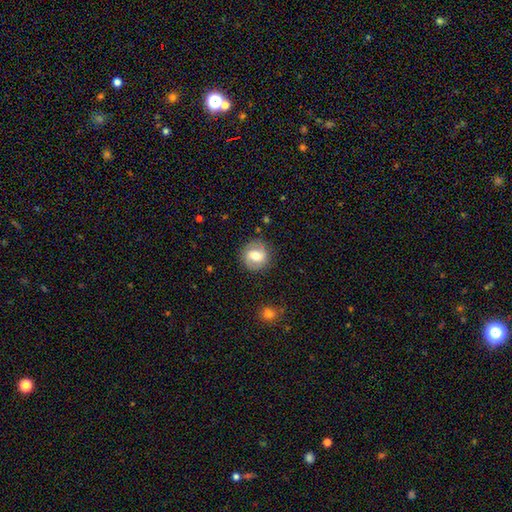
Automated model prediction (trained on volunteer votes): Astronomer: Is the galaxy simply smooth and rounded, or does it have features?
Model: smooth — 48% (runner-up: featured or disk, 45%).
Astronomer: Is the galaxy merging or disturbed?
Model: none — 84%.